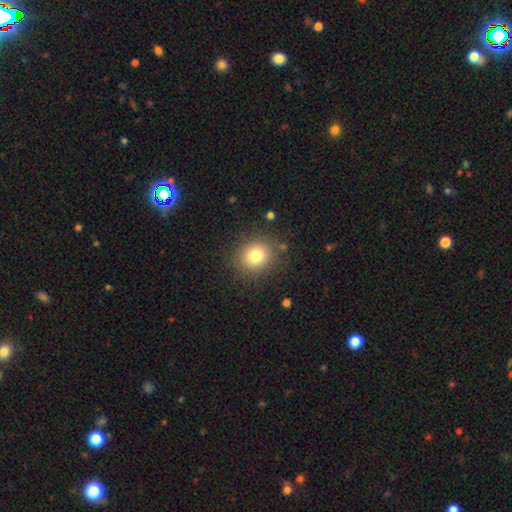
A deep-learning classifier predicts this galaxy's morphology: smooth 80%, star or artifact 12%, featured or disk 9%. Down the decision tree: how rounded — round (80%); merging — none (86%).